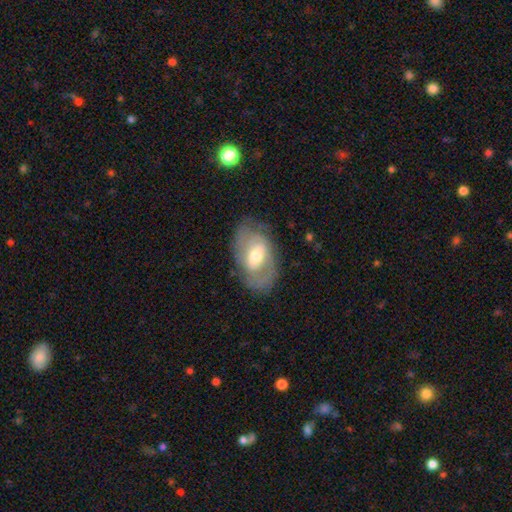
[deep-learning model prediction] This is likely a featured or disk galaxy (69%). It is clearly not viewed edge-on (94%). Bar: possibly weak (47%). Spiral arm pattern: likely yes (76%). Central bulge: likely moderate (64%). Merging: likely none (73%).